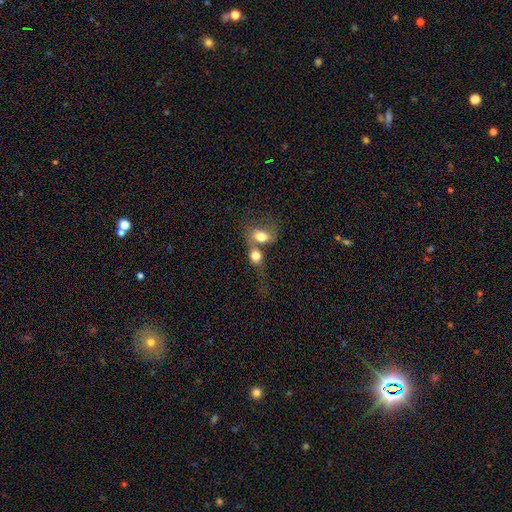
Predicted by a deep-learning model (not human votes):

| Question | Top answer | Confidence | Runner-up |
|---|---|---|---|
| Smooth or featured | smooth | 75% | featured or disk (15%) |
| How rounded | in between | 55% | round (42%) |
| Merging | merger | 68% | none (18%) |